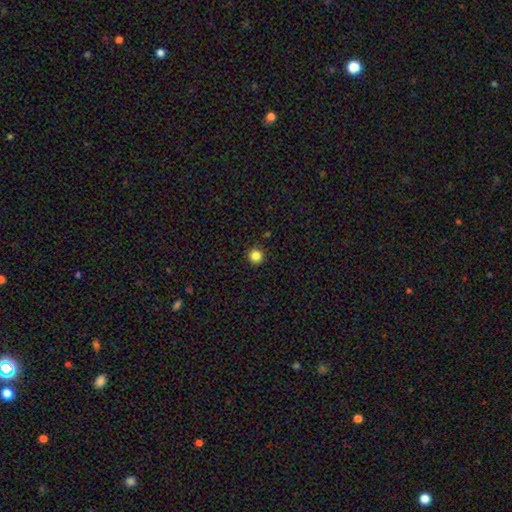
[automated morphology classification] Smooth or featured?
  - smooth: 84% *
  - star or artifact: 12%
  - featured or disk: 4%
How rounded?
  - round: 95% *
  - in between: 4%
  - cigar-shaped: 1%
Merging?
  - none: 92% *
  - minor disturbance: 5%
  - major disturbance: 2%
  - merger: 1%